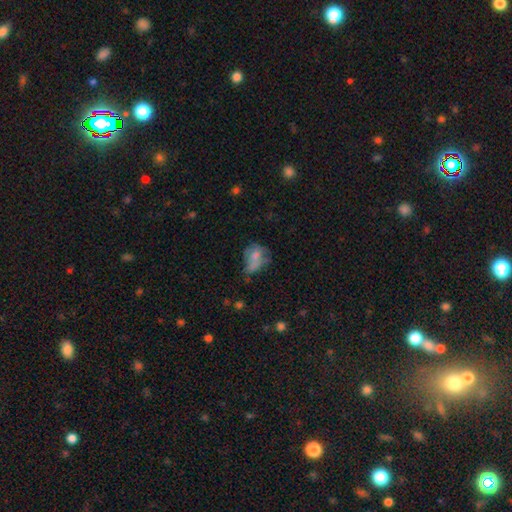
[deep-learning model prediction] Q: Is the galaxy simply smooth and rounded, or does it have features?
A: smooth — 56%.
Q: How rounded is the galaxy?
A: in between — 63%.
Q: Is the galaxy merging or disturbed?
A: major disturbance — 30%, tied with none.